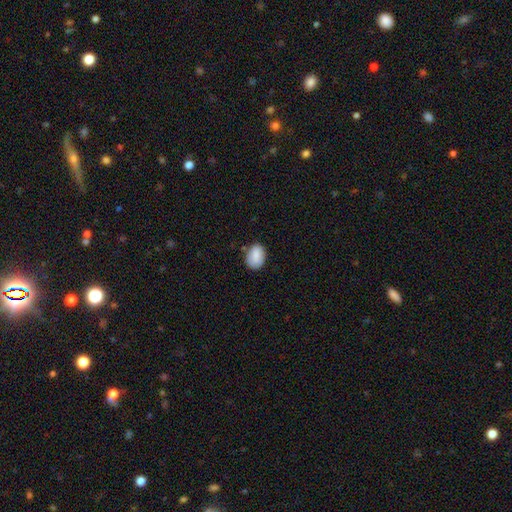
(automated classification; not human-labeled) Smooth or featured?
  - smooth: 87% *
  - star or artifact: 7%
  - featured or disk: 6%
How rounded?
  - in between: 76% *
  - round: 23%
  - cigar-shaped: 1%
Merging?
  - none: 77% *
  - minor disturbance: 18%
  - major disturbance: 3%
  - merger: 3%